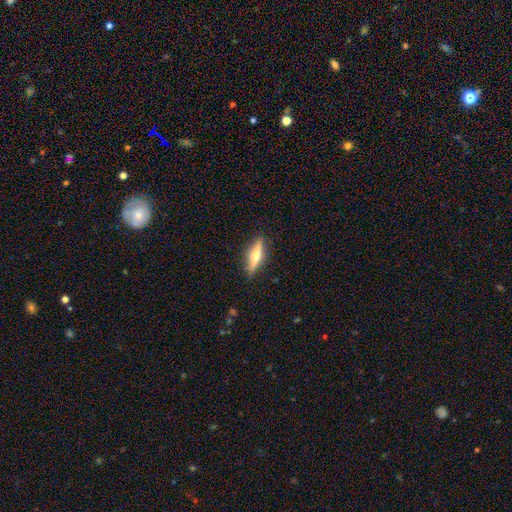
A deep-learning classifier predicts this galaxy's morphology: Smooth or featured? Predicted: featured or disk (p=0.58). Edge-on disk? Predicted: yes (p=0.95). Edge-on bulge? Predicted: rounded (p=0.91). Merging? Predicted: none (p=0.88).